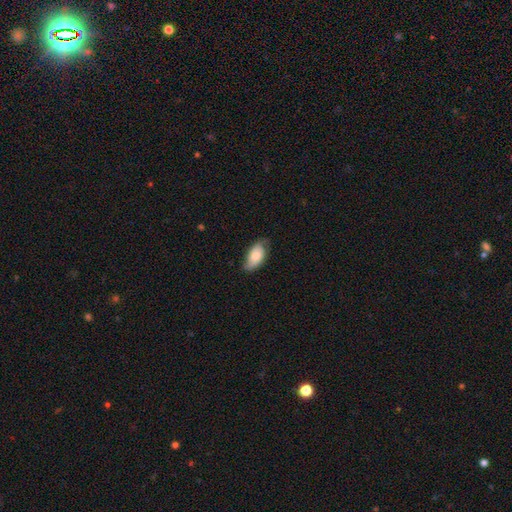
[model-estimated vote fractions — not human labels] Smooth or featured?
  - smooth: 70% *
  - featured or disk: 24%
  - star or artifact: 6%
How rounded?
  - in between: 92% *
  - cigar-shaped: 5%
  - round: 3%
Merging?
  - none: 66% *
  - minor disturbance: 28%
  - major disturbance: 5%
  - merger: 1%